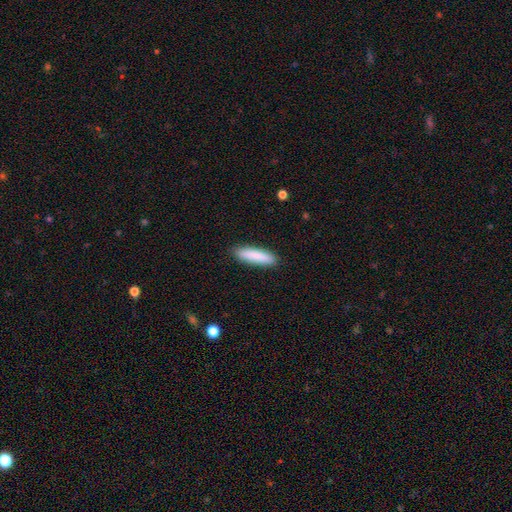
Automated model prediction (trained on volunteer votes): Morphology: type=smooth (86%); roundness=cigar-shaped (77%); merging=none (89%).